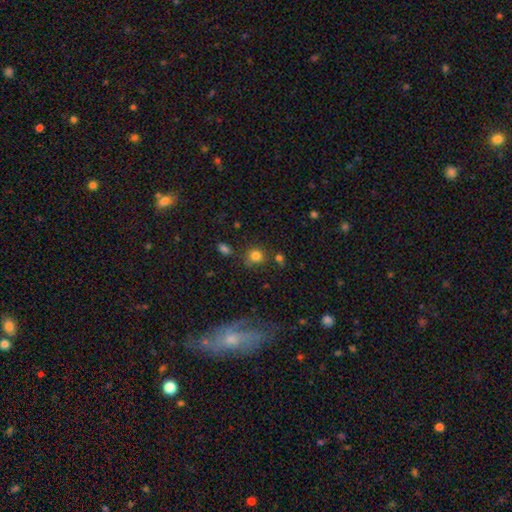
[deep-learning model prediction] Smooth or featured: smooth — 79% (star or artifact — 14%)
How rounded: round — 83% (in between — 16%)
Merging: none — 72% (minor disturbance — 14%)